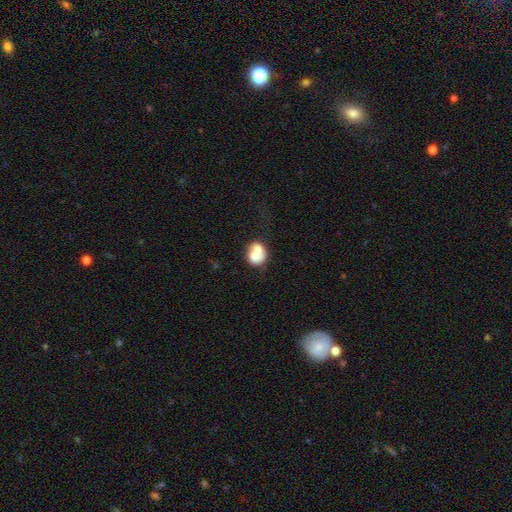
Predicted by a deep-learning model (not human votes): smooth-or-featured: smooth: 63% | featured or disk: 29% | star or artifact: 8%
  how-rounded: round: 57% | in between: 42% | cigar-shaped: 1%
  merging: merger: 55% | none: 26% | minor disturbance: 11% | major disturbance: 7%